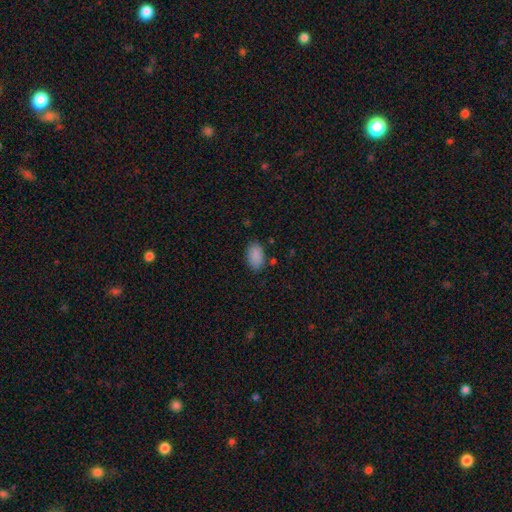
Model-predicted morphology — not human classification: This is clearly a smooth galaxy (88%). How rounded: clearly in between (92%). Merging: clearly none (81%).